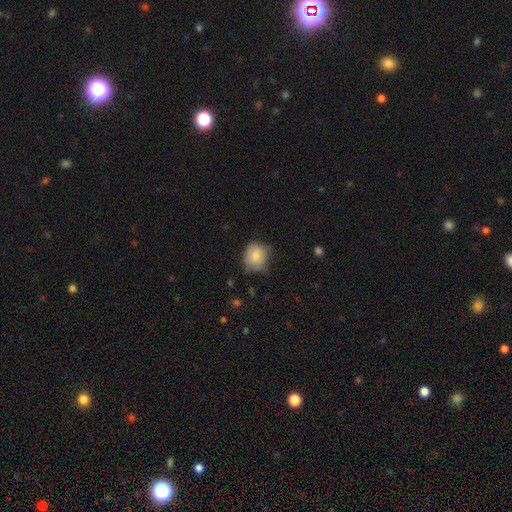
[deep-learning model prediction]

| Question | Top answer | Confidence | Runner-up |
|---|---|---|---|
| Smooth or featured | smooth | 80% | featured or disk (12%) |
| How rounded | round | 73% | in between (26%) |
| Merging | none | 58% | minor disturbance (33%) |